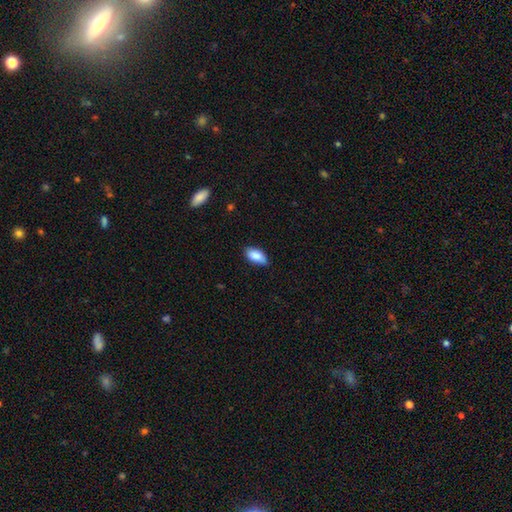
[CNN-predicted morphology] smooth 85%, featured or disk 9%, star or artifact 7%. Down the decision tree: how rounded — in between (91%); merging — none (72%).